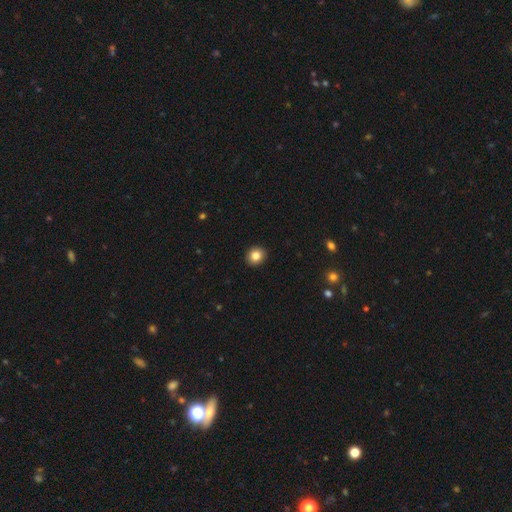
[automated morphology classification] The model was most divided on "how rounded": round: 83%, in between: 16%, cigar-shaped: 1%. More confident: merging — none (92%); smooth or featured — smooth (84%).